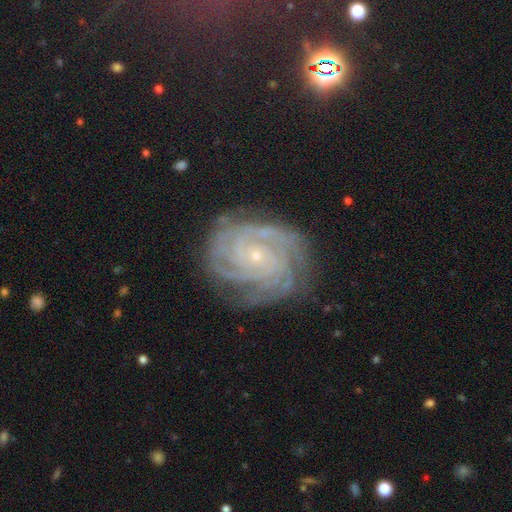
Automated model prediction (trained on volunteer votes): A featured or disk galaxy (89%) with no bar (76%), 4 (29%) tight (79%) spiral arms (98%) and a small central bulge (88%). Merging: none (78%).